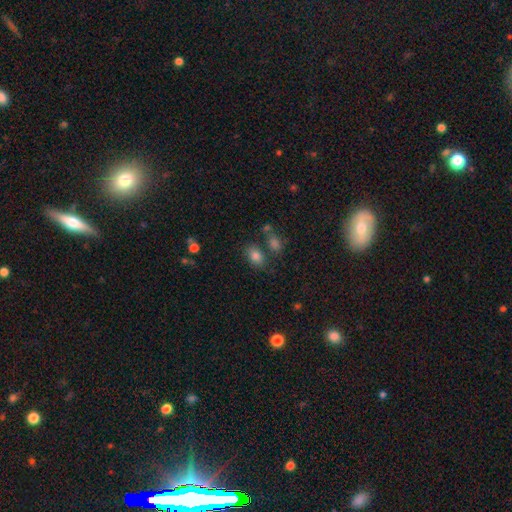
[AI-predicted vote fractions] Q: Smooth or featured?
A: smooth (81%); runner-up: star or artifact (11%)
Q: How rounded?
A: in between (79%); runner-up: round (20%)
Q: Merging?
A: none (67%); runner-up: merger (14%)